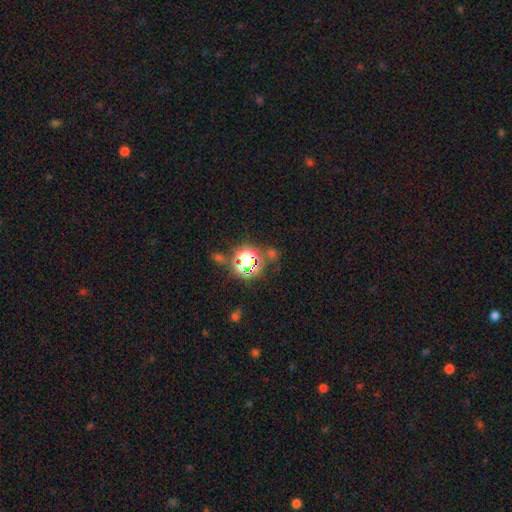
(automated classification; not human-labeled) Smooth or featured: star or artifact — 75% (smooth — 18%)